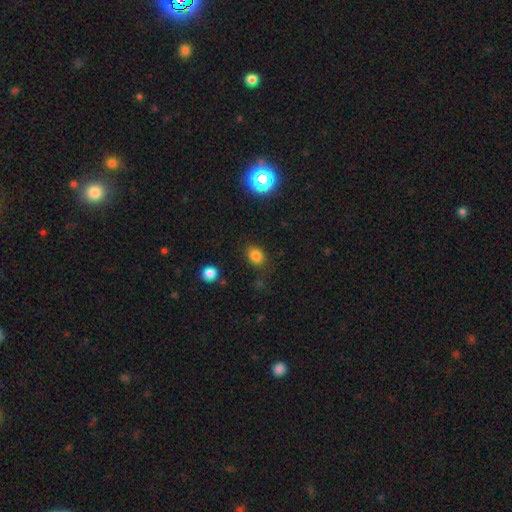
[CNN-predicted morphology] This is likely a smooth galaxy (80%). How rounded: likely in between (64%). Merging: clearly none (82%).